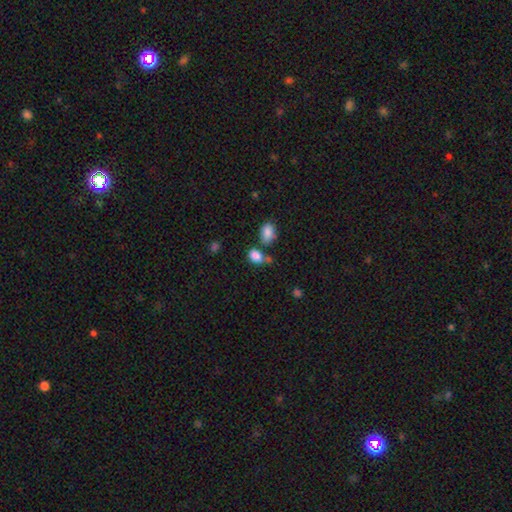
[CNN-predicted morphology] The model was most divided on "merging": none: 45%, merger: 33%, minor disturbance: 16%, major disturbance: 7%. More confident: smooth or featured — smooth (84%); how rounded — in between (74%).